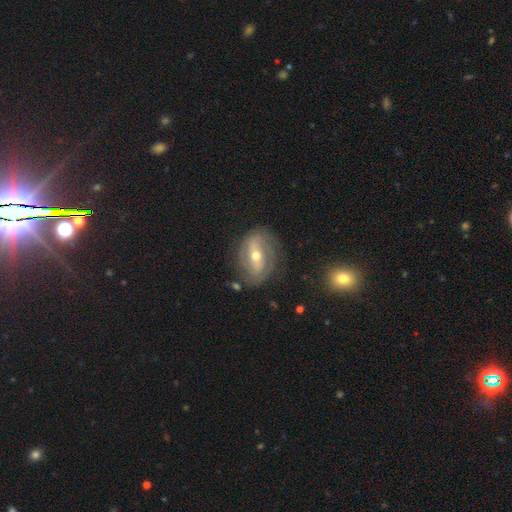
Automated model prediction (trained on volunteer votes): Smooth or featured?
  - featured or disk: 76% *
  - smooth: 16%
  - star or artifact: 8%
Edge-on disk?
  - no: 93% *
  - yes: 7%
Bar?
  - strong: 45% *
  - weak: 35%
  - no: 20%
Spiral arms?
  - yes: 82% *
  - no: 18%
Spiral winding?
  - medium: 36% *
  - loose: 32%
  - tight: 31%
Spiral arm count?
  - 2: 72% *
  - can't tell: 16%
  - 3: 4%
  - 1: 4%
  - 4: 2%
  - more than 4: 2%
Bulge size?
  - moderate: 58% *
  - small: 39%
  - large: 2%
  - none: 1%
  - dominant: 1%
Merging?
  - none: 73% *
  - minor disturbance: 18%
  - major disturbance: 7%
  - merger: 3%